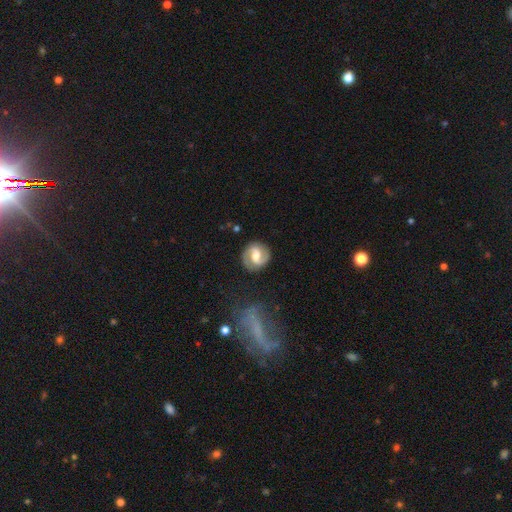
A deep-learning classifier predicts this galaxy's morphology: type=featured or disk (76%); edge-on=no (97%); bar=weak (50%); spiral arms=yes (92%); winding=medium (49%); arm count=2 (90%); bulge=moderate (66%); merging=none (84%).